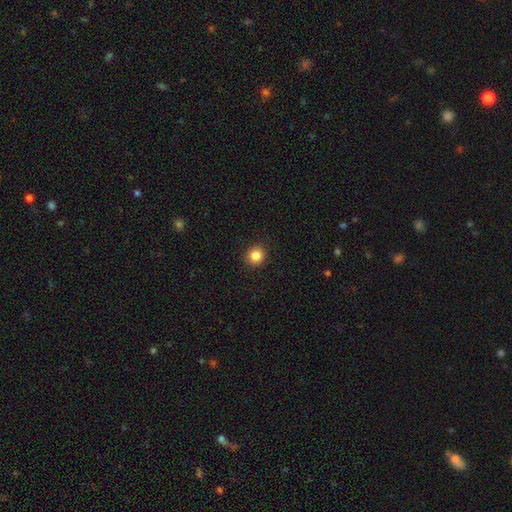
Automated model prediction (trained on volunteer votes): Smooth or featured? Predicted: smooth (p=0.85). How rounded? Predicted: round (p=0.90). Merging? Predicted: none (p=0.91).